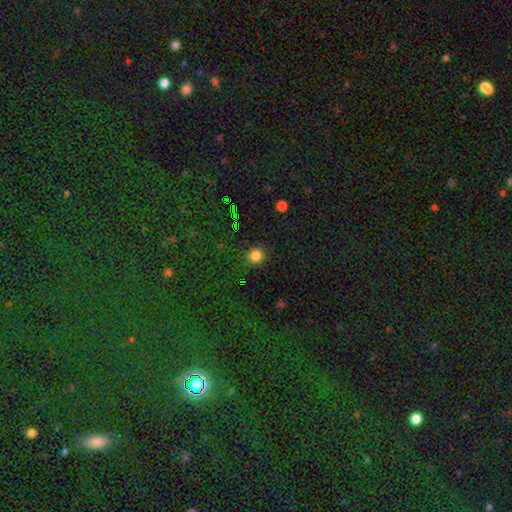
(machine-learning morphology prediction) This is likely a smooth galaxy (80%). How rounded: clearly round (91%). Merging: clearly none (89%).